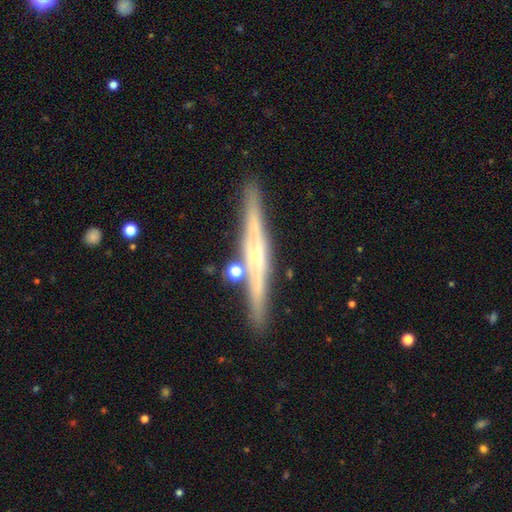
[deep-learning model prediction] Smooth or featured: featured or disk — 75% (smooth — 19%)
Edge-on disk: yes — 97% (no — 3%)
Edge-on bulge: rounded — 65% (none — 24%)
Merging: none — 85% (minor disturbance — 8%)